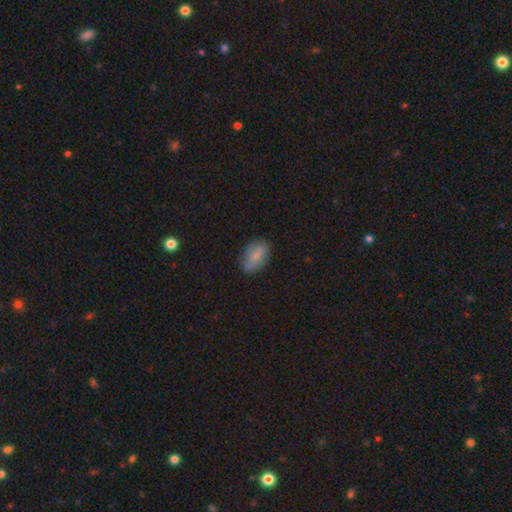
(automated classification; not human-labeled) Smooth or featured? Predicted: smooth (p=0.74). How rounded? Predicted: in between (p=0.88). Merging? Predicted: none (p=0.79).